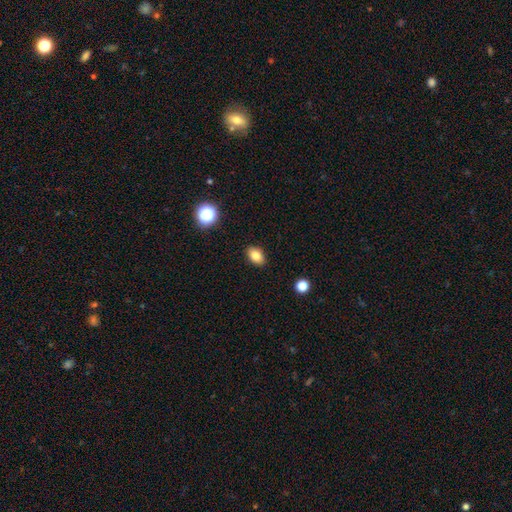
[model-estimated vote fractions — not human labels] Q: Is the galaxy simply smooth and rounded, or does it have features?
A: smooth — 83%.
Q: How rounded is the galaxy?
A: in between — 83%.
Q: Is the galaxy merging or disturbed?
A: none — 88%.